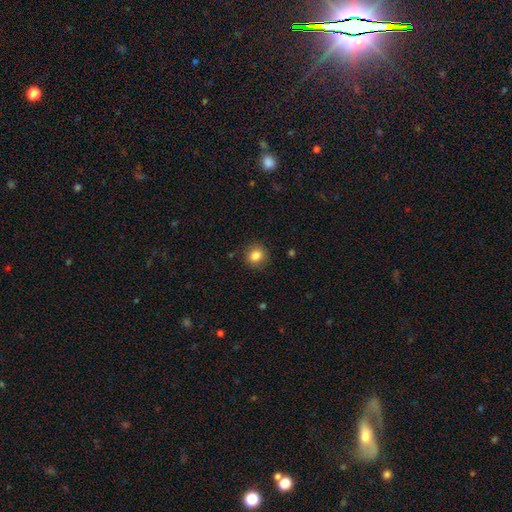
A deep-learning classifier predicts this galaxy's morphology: type=smooth (84%); roundness=round (87%); merging=none (88%).